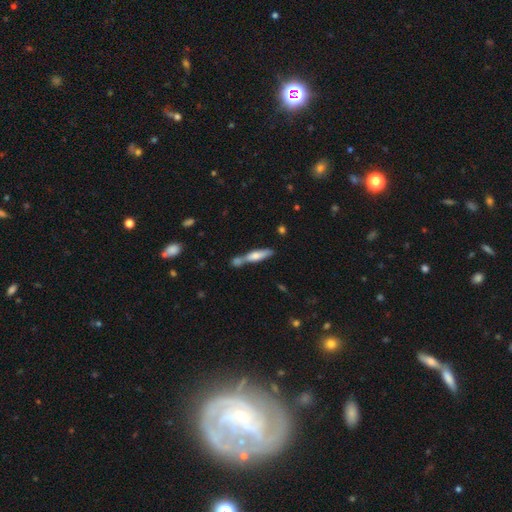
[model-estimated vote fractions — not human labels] smooth_or_featured: smooth (p=0.58) [alt: featured or disk p=0.36]
how_rounded: cigar-shaped (p=0.78) [alt: in between p=0.20]
merging: none (p=0.44) [alt: merger p=0.40]